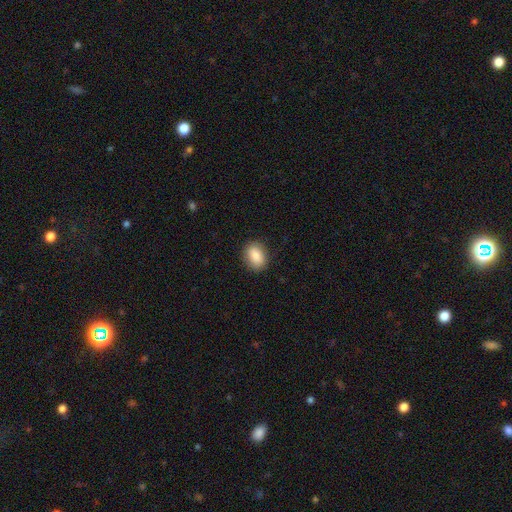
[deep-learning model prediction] Morphology: type=smooth (86%); roundness=in between (74%); merging=none (87%).